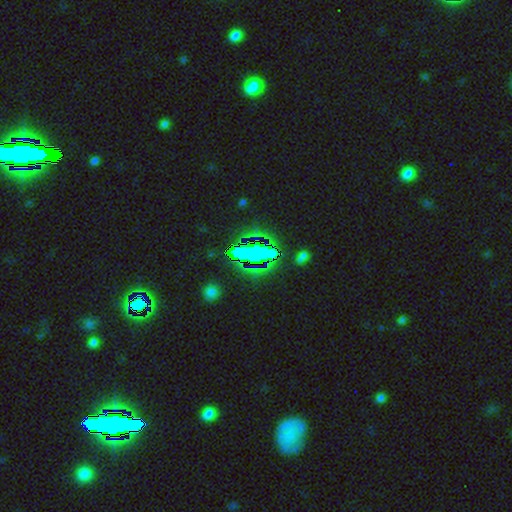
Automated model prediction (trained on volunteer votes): Smooth or featured? star or artifact (76%)